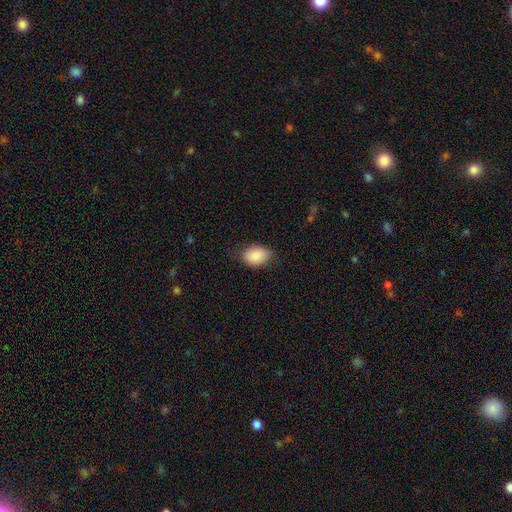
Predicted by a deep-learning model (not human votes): This is clearly a smooth galaxy (89%). How rounded: clearly in between (81%). Merging: likely none (73%).